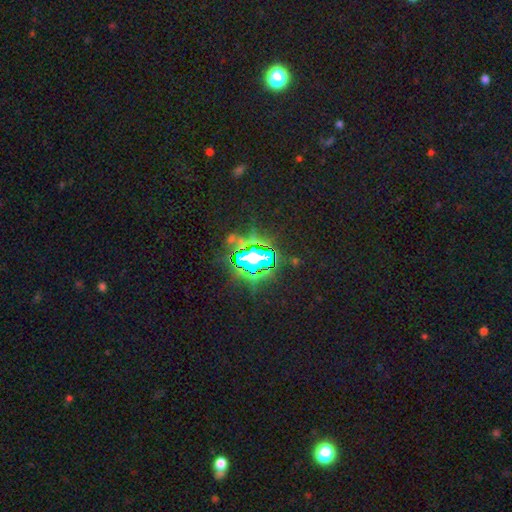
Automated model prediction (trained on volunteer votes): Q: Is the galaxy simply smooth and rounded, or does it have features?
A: star or artifact — 82%.